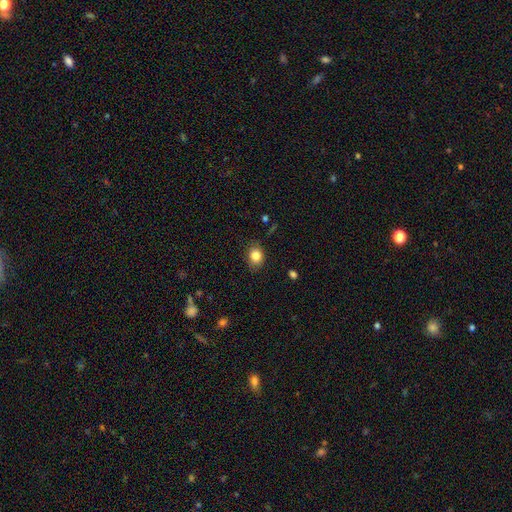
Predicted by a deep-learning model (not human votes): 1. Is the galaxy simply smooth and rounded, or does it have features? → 83% smooth, 10% star or artifact, 7% featured or disk.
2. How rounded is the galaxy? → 51% in between, 48% round, 1% cigar-shaped.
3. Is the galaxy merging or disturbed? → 83% none, 13% minor disturbance, 3% major disturbance, 1% merger.